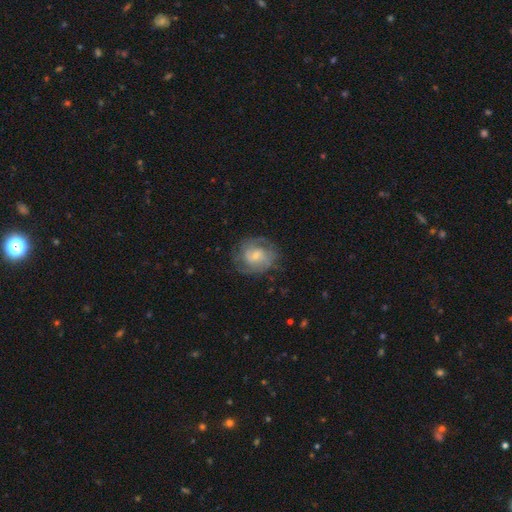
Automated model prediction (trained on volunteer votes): smooth_or_featured: featured or disk (p=0.73) [alt: smooth p=0.21]
disk_edge_on: no (p=0.98) [alt: yes p=0.02]
bar: weak (p=0.47) [alt: no p=0.44]
has_spiral_arms: yes (p=0.87) [alt: no p=0.13]
spiral_winding: tight (p=0.45) [alt: medium p=0.41]
spiral_arm_count: 2 (p=0.47) [alt: can't tell p=0.30]
bulge_size: small (p=0.59) [alt: moderate p=0.34]
merging: none (p=0.67) [alt: minor disturbance p=0.20]